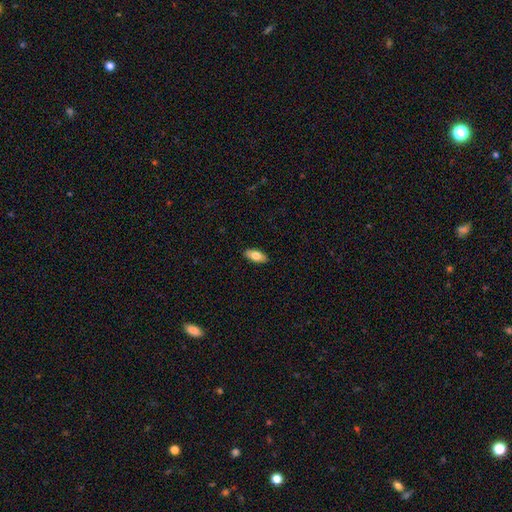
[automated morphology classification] Smooth or featured: smooth — 76% (featured or disk — 18%)
How rounded: in between — 86% (cigar-shaped — 12%)
Merging: none — 90% (minor disturbance — 8%)